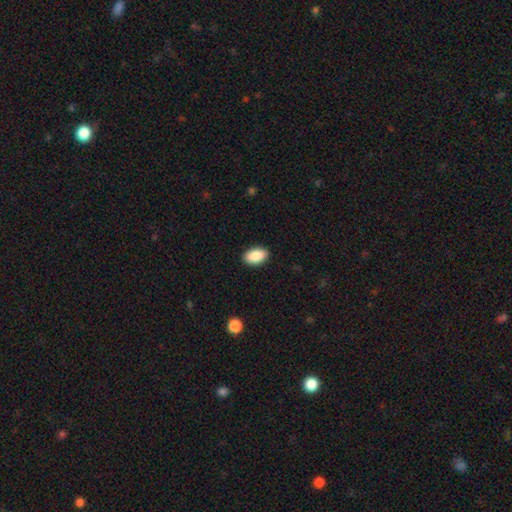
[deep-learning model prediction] The model was most divided on "merging": none: 89%, minor disturbance: 8%, major disturbance: 2%, merger: 1%. More confident: how rounded — in between (93%); smooth or featured — smooth (89%).